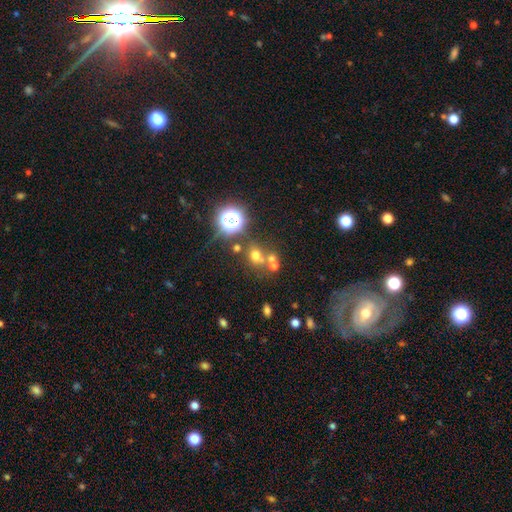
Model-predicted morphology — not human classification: Smooth or featured: smooth — 58% (star or artifact — 29%)
How rounded: round — 76% (in between — 23%)
Merging: none — 57% (merger — 27%)